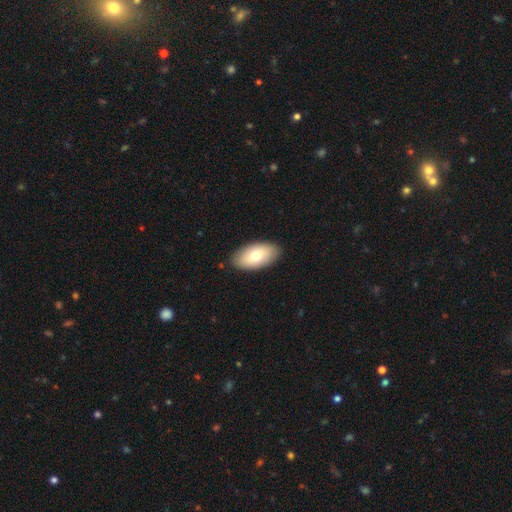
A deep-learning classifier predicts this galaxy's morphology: A smooth galaxy with no disk features (72%) that is in between round and cigar-shaped (94%). Merging: none (88%).